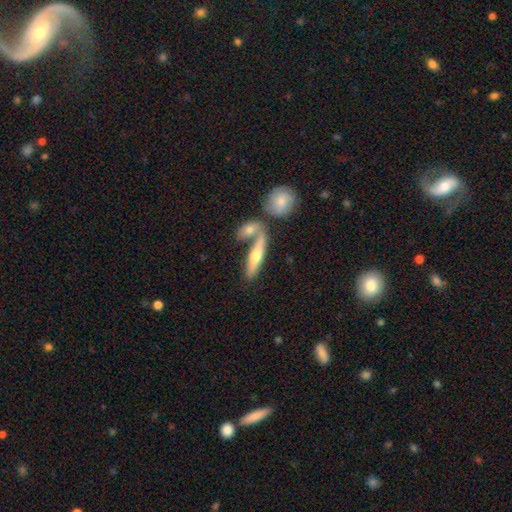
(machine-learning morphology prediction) smooth_or_featured: smooth (p=0.55) [alt: featured or disk p=0.38]
how_rounded: cigar-shaped (p=0.60) [alt: in between p=0.36]
merging: merger (p=0.43) [alt: none p=0.42]